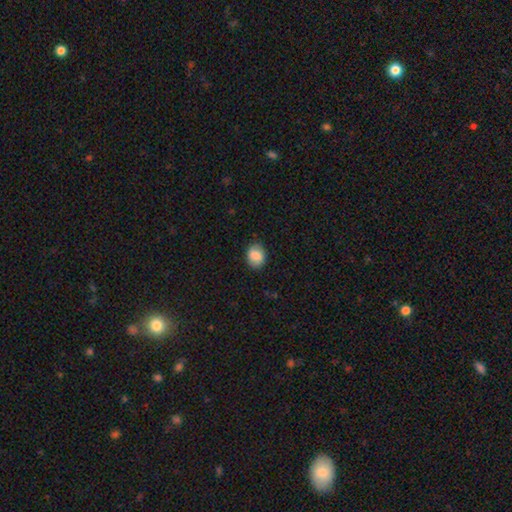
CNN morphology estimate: Smooth or featured? Predicted: smooth (p=0.83). How rounded? Predicted: in between (p=0.51). Merging? Predicted: none (p=0.85).